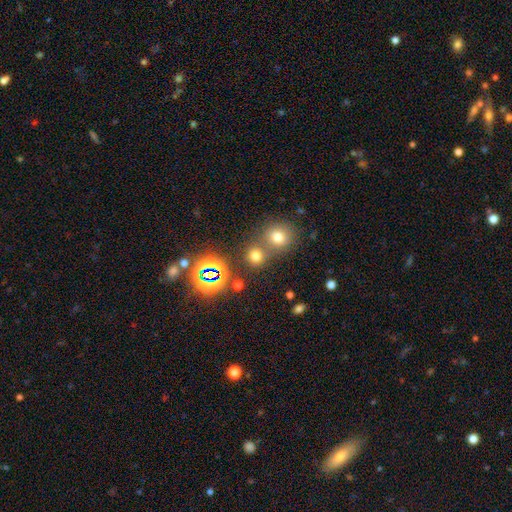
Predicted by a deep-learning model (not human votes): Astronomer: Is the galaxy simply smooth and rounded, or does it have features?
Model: smooth — 65%.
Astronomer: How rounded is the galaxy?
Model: round — 85%.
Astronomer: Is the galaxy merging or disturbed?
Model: none — 61%.